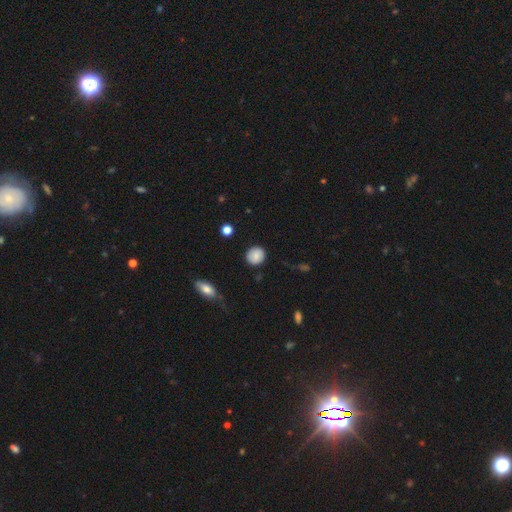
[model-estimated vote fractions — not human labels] Smooth or featured? smooth (83%)
How rounded? round (82%)
Merging? none (85%)